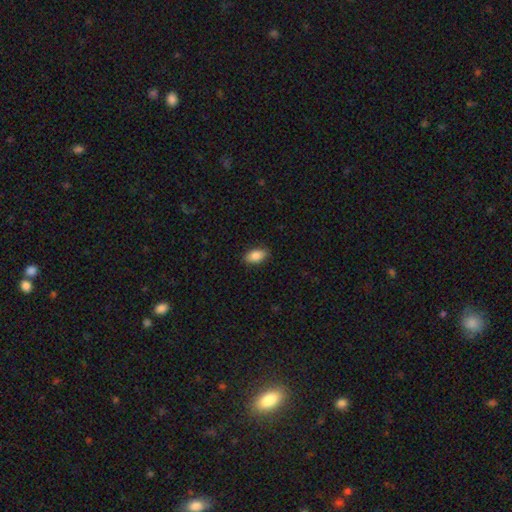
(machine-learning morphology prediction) smooth 85%, featured or disk 8%, star or artifact 7%. Down the decision tree: how rounded — in between (90%); merging — none (88%).